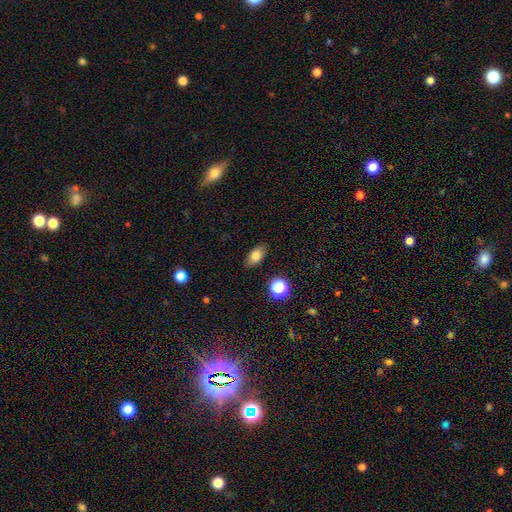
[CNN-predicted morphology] A smooth galaxy with no disk features (79%) that is in between round and cigar-shaped (87%).

Vote fractions:
- Smooth or featured? smooth: 79% / featured or disk: 11% / star or artifact: 10%
- How rounded? in between: 87% / round: 9% / cigar-shaped: 4%
- Merging? none: 86% / minor disturbance: 10% / major disturbance: 3% / merger: 1%